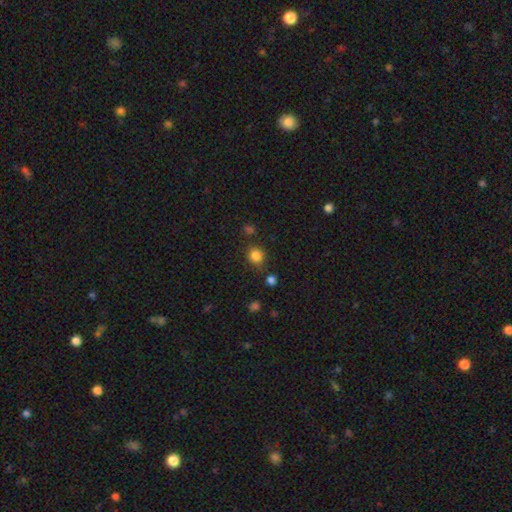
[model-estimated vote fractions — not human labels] Smooth or featured: smooth — 83% (star or artifact — 12%)
How rounded: round — 83% (in between — 16%)
Merging: none — 82% (minor disturbance — 10%)